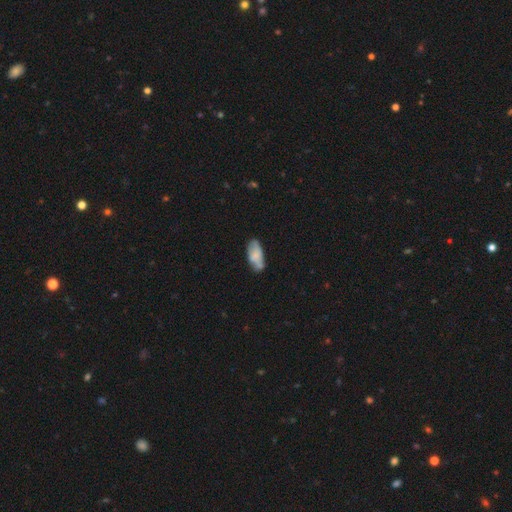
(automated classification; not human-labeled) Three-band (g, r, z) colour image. It shows a smooth galaxy with no disk features (69%) that is in between round and cigar-shaped (88%). Merging: none (55%).